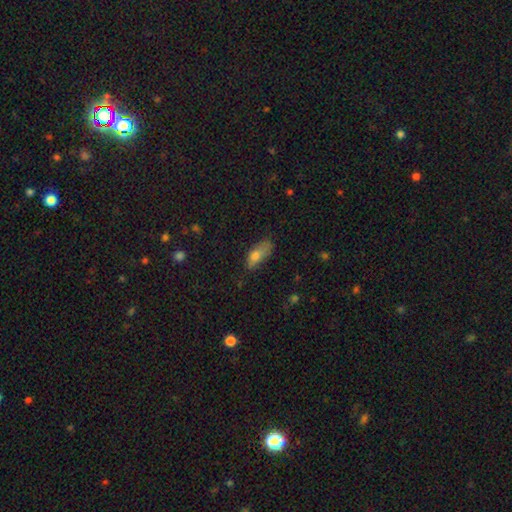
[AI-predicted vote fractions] This is likely a smooth galaxy (76%). How rounded: clearly in between (80%). Merging: possibly none (48%).